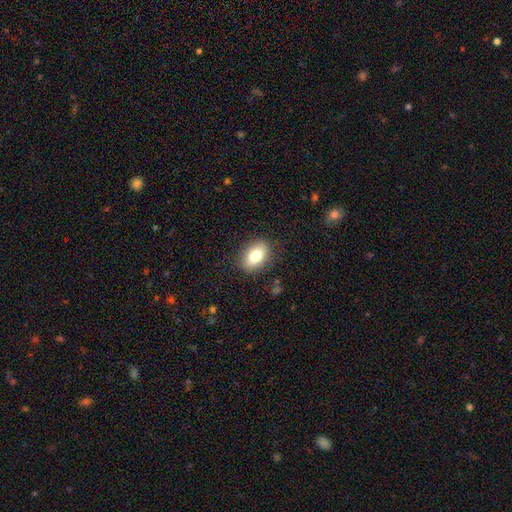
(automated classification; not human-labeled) smooth_or_featured: smooth (p=0.80) [alt: featured or disk p=0.12]
how_rounded: in between (p=0.84) [alt: round p=0.14]
merging: none (p=0.86) [alt: minor disturbance p=0.10]